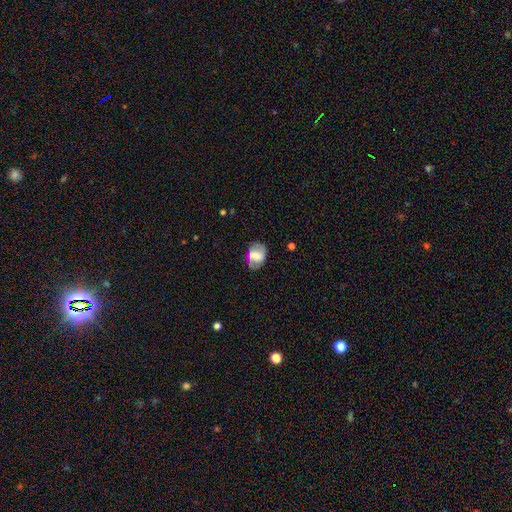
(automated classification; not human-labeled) Smooth or featured?
  - featured or disk: 51% *
  - smooth: 41%
  - star or artifact: 8%
Edge-on disk?
  - no: 96% *
  - yes: 4%
Merging?
  - none: 71% *
  - minor disturbance: 20%
  - major disturbance: 7%
  - merger: 3%